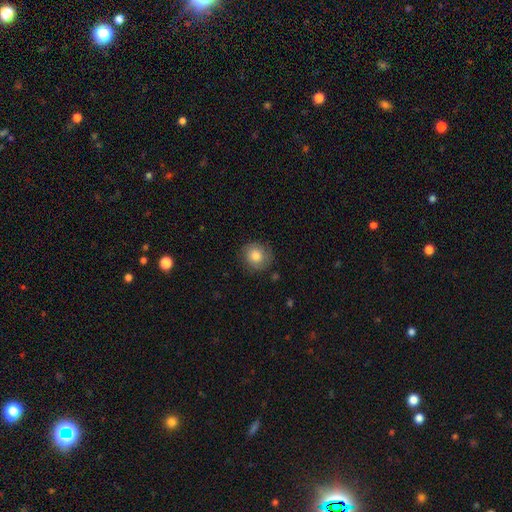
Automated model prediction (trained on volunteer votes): This is likely a smooth galaxy (77%). How rounded: clearly round (89%). Merging: clearly none (82%).